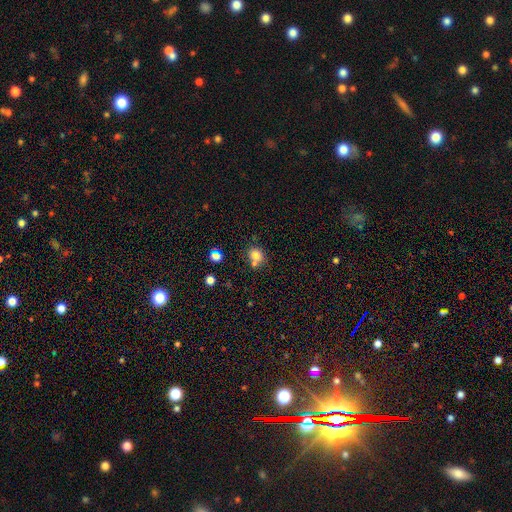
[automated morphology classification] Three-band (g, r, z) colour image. It shows a smooth galaxy with no disk features (78%) that is round (73%). Merging: none (58%).